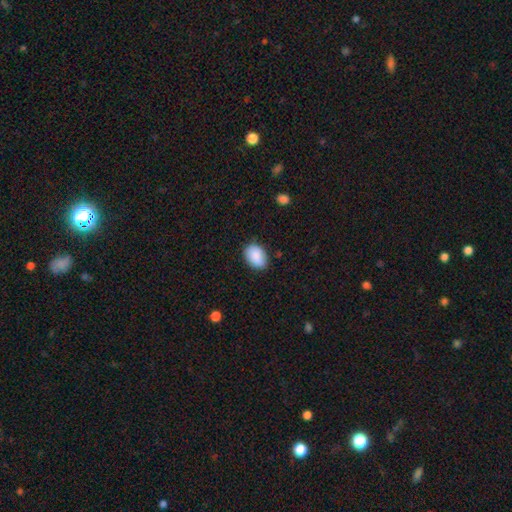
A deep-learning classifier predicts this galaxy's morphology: Smooth or featured? Predicted: smooth (p=0.89). How rounded? Predicted: in between (p=0.79). Merging? Predicted: none (p=0.79).